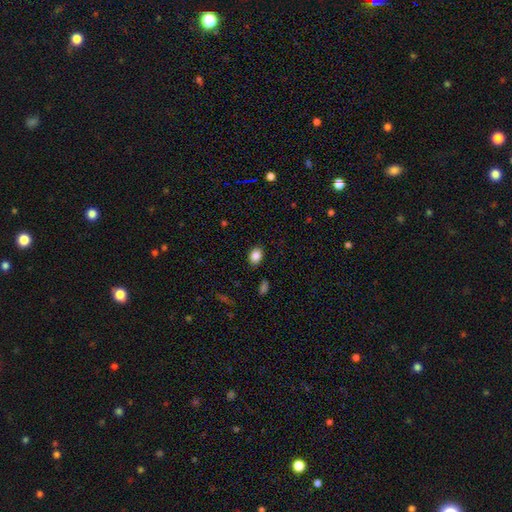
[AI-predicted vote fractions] smooth_or_featured: smooth (p=0.85) [alt: star or artifact p=0.09]
how_rounded: in between (p=0.69) [alt: round p=0.30]
merging: none (p=0.87) [alt: minor disturbance p=0.10]